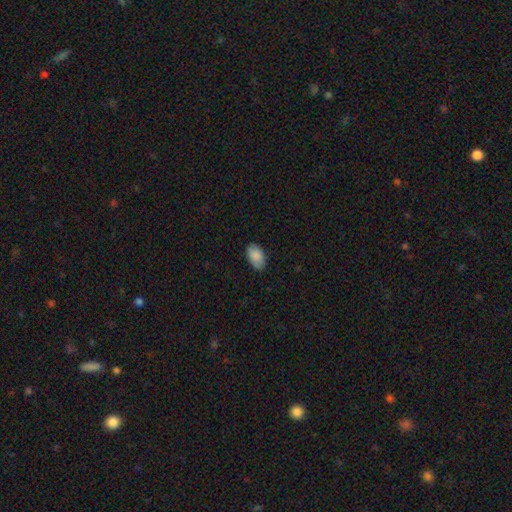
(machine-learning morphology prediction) Smooth or featured? Predicted: smooth (p=0.88). How rounded? Predicted: in between (p=0.93). Merging? Predicted: none (p=0.83).